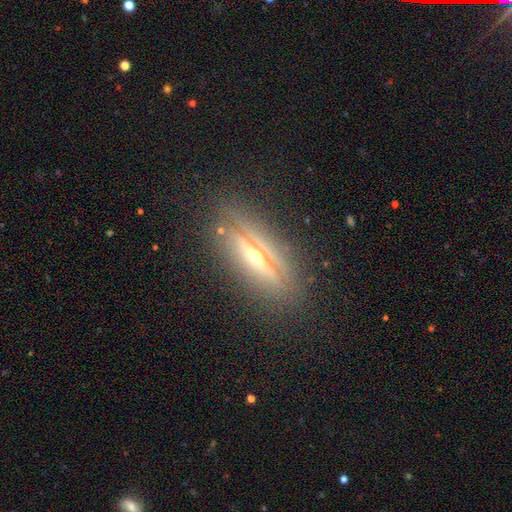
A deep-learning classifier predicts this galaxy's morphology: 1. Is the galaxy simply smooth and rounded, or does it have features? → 73% featured or disk, 17% smooth, 10% star or artifact.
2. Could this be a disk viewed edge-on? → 90% yes, 10% no.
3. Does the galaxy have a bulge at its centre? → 89% rounded, 7% none, 4% boxy.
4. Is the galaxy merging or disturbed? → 82% none, 12% minor disturbance, 4% major disturbance, 2% merger.